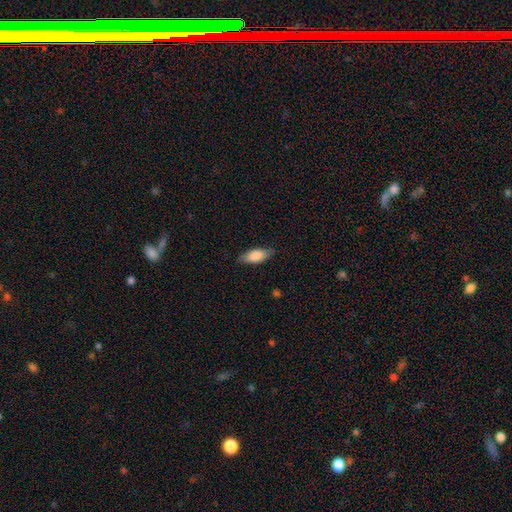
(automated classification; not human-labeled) Morphology: type=smooth (82%); roundness=in between (82%); merging=none (81%).